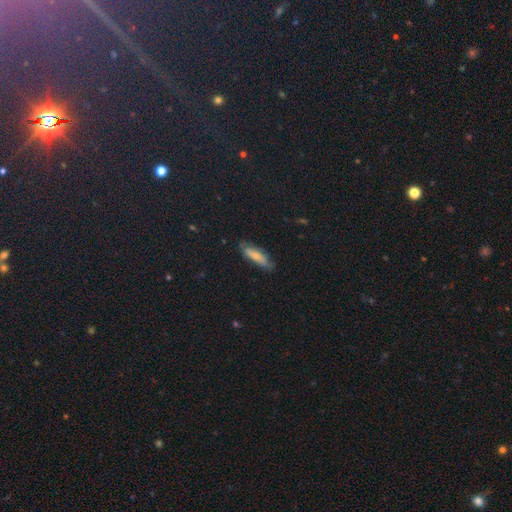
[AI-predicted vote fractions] Smooth or featured: smooth — 67% (featured or disk — 24%)
How rounded: cigar-shaped — 60% (in between — 38%)
Merging: none — 72% (minor disturbance — 21%)